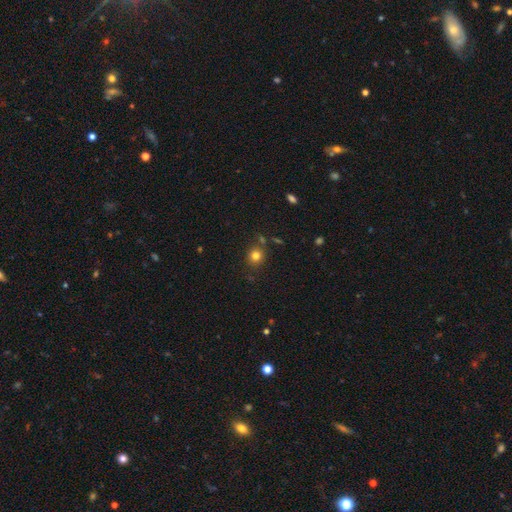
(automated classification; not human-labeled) A smooth galaxy with no disk features (79%) that is round (87%).

Vote fractions:
- Smooth or featured? smooth: 79% / star or artifact: 14% / featured or disk: 7%
- How rounded? round: 87% / in between: 12% / cigar-shaped: 1%
- Merging? none: 80% / minor disturbance: 10% / merger: 7% / major disturbance: 3%